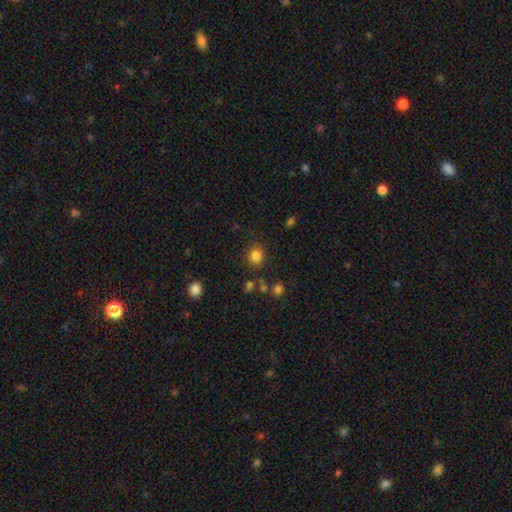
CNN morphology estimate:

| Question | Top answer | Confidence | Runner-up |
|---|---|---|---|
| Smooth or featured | smooth | 83% | star or artifact (12%) |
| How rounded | round | 71% | in between (28%) |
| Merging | none | 82% | minor disturbance (11%) |